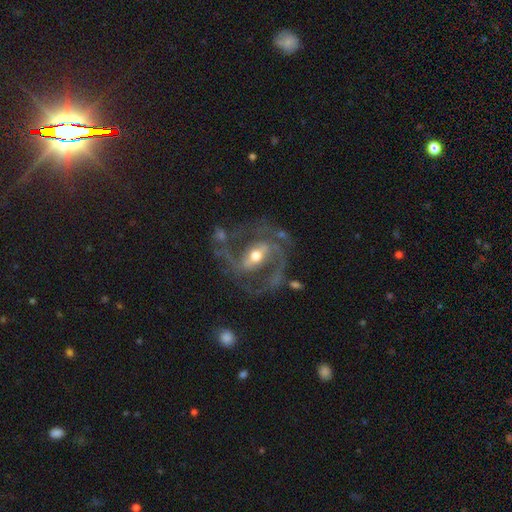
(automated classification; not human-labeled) The model was most divided on "bar": strong: 51%, weak: 35%, no: 14%. More confident: edge-on disk — no (97%); spiral arms — yes (92%); smooth or featured — featured or disk (89%); spiral arm count — 2 (84%); bulge size — moderate (69%); merging — none (63%); spiral winding — medium (57%).